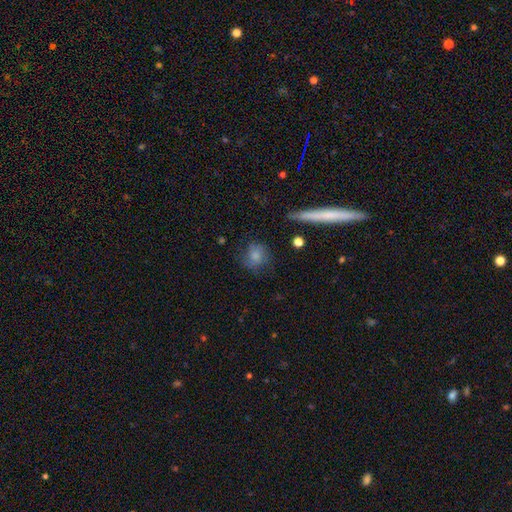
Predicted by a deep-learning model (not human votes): This appears to be a smooth galaxy with no disk features (76%) that is round (81%). Merging: none (68%).